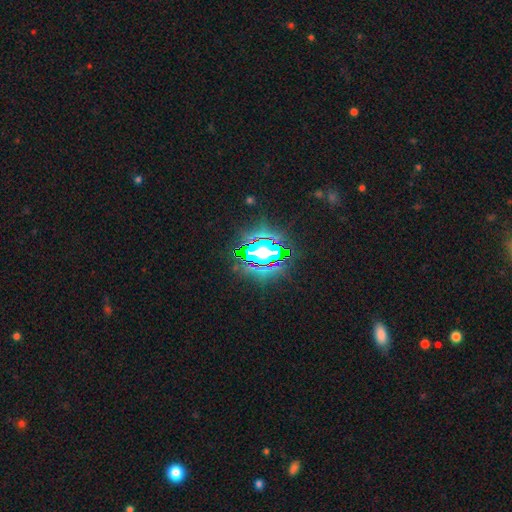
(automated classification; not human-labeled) Smooth or featured? star or artifact (82%)